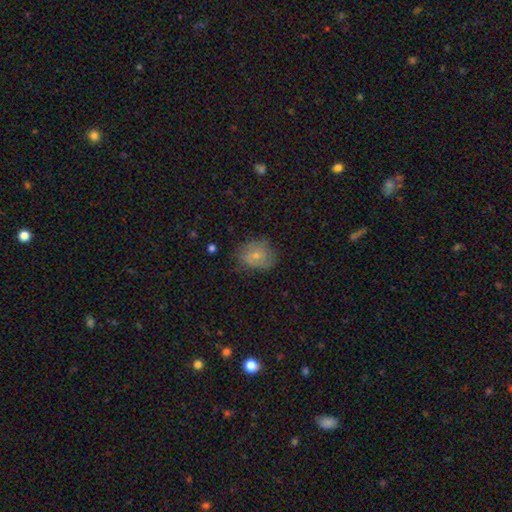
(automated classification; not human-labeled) Overall: smooth (64%; featured or disk 26%). How rounded: round (56%; in between 42%). Merging: none (66%).